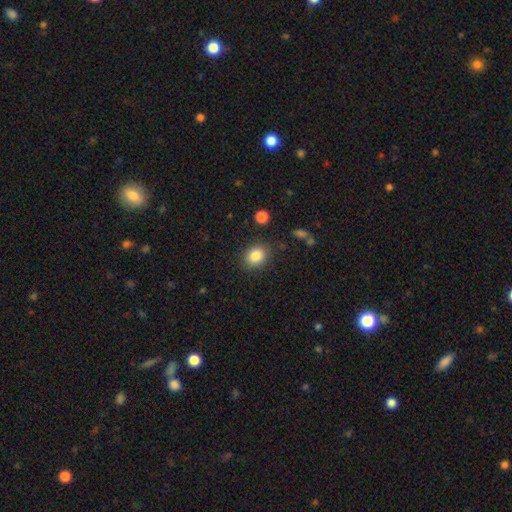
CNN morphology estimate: Smooth or featured? Predicted: smooth (p=0.84). How rounded? Predicted: in between (p=0.51). Merging? Predicted: none (p=0.85).